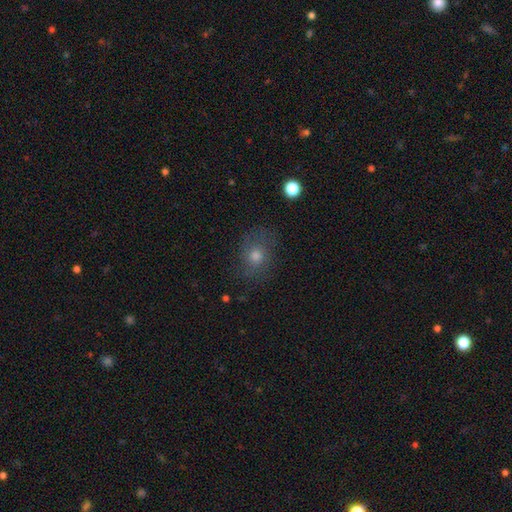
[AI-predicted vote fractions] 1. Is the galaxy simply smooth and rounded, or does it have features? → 59% smooth, 22% featured or disk, 19% star or artifact.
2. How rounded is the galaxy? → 58% round, 41% in between, 1% cigar-shaped.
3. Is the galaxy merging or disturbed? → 74% none, 17% minor disturbance, 8% major disturbance, 1% merger.